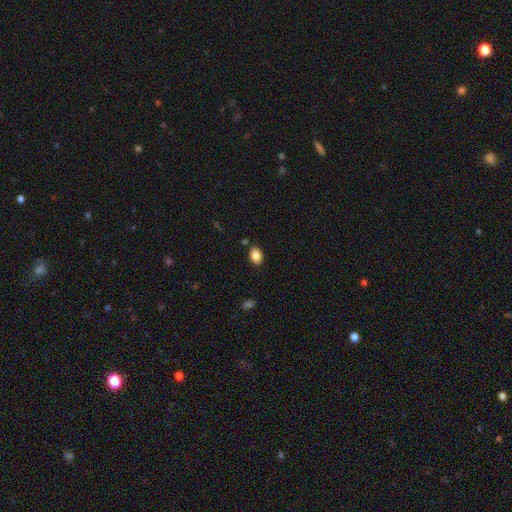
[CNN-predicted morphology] Q: Smooth or featured?
A: smooth (85%); runner-up: star or artifact (9%)
Q: How rounded?
A: in between (81%); runner-up: round (18%)
Q: Merging?
A: none (84%); runner-up: minor disturbance (10%)